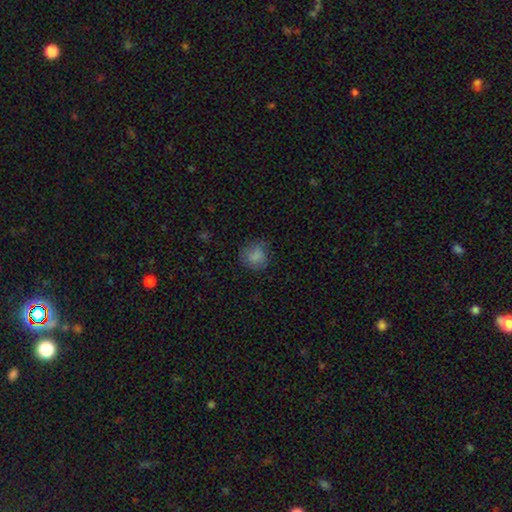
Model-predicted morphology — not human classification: type=smooth (79%); roundness=round (79%); merging=none (71%).